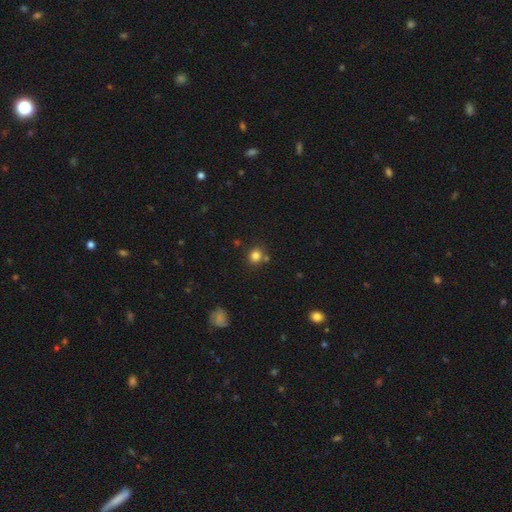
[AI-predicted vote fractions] A smooth galaxy with no disk features (81%) that is round (84%).

Vote fractions:
- Smooth or featured? smooth: 81% / star or artifact: 13% / featured or disk: 6%
- How rounded? round: 84% / in between: 15% / cigar-shaped: 1%
- Merging? none: 74% / merger: 13% / minor disturbance: 10% / major disturbance: 3%